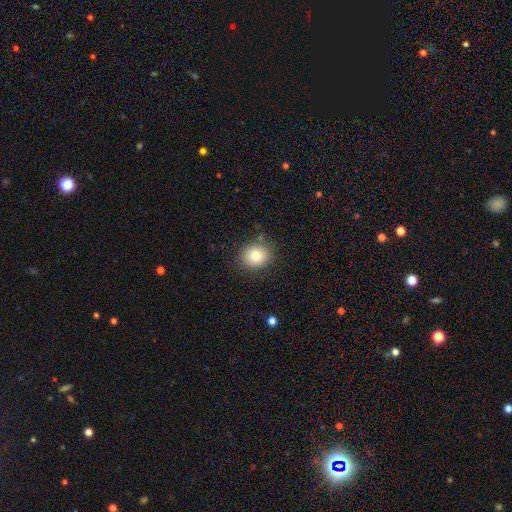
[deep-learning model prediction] Morphology: type=smooth (80%); roundness=round (84%); merging=none (85%).